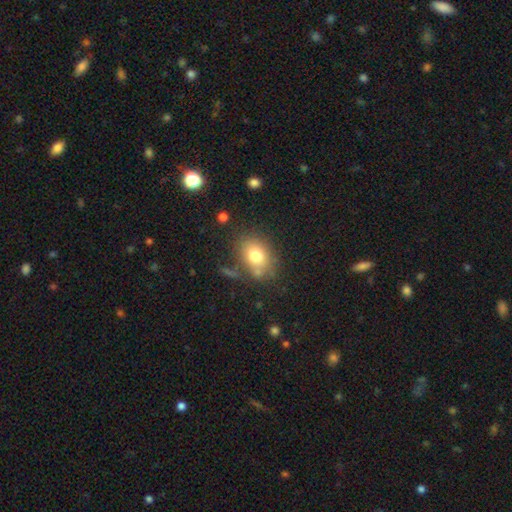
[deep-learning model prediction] smooth-or-featured: smooth: 76% | featured or disk: 14% | star or artifact: 10%
  how-rounded: in between: 67% | round: 31% | cigar-shaped: 1%
  merging: none: 69% | minor disturbance: 17% | merger: 7% | major disturbance: 7%